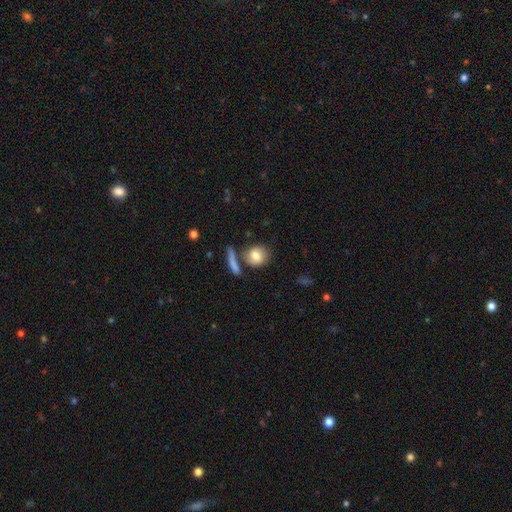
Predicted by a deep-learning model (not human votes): A smooth galaxy with no disk features (79%) that is round (78%). Merging: none (66%).